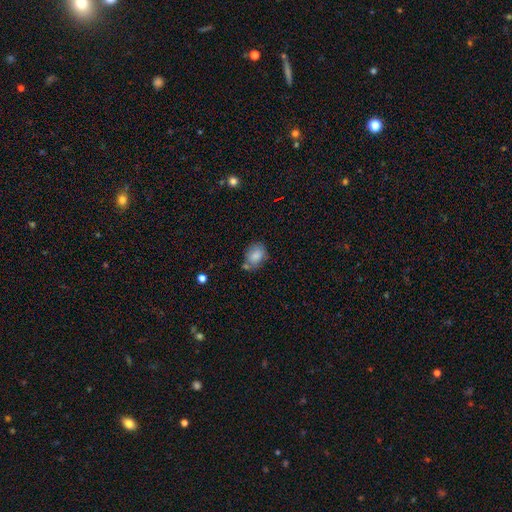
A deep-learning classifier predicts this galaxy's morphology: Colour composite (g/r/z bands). It shows a smooth galaxy with no disk features (83%) that is in between round and cigar-shaped (69%). Merging: none (58%).